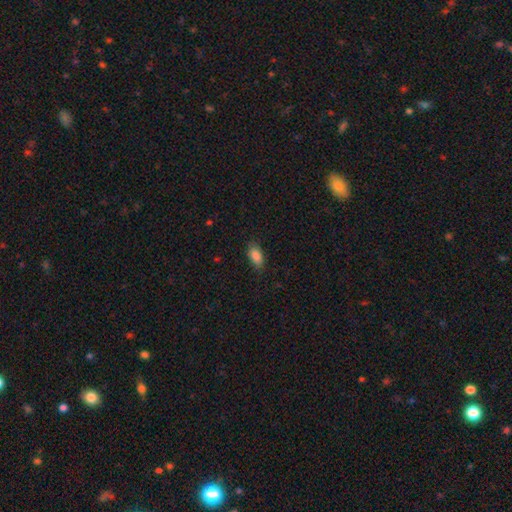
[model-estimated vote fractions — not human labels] This is clearly a smooth galaxy (88%). How rounded: clearly in between (90%). Merging: clearly none (82%).